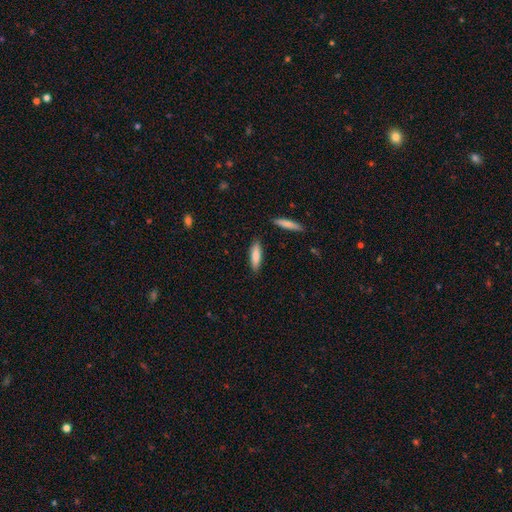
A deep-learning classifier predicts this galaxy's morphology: smooth 80%, featured or disk 14%, star or artifact 6%. Down the decision tree: how rounded — cigar-shaped (62%); merging — none (86%).